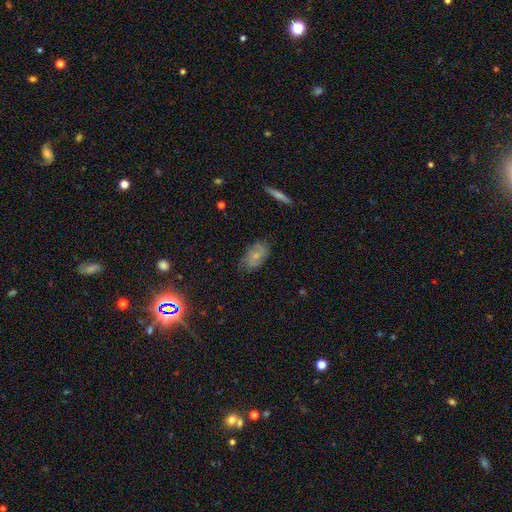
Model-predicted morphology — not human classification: type=smooth (62%); roundness=in between (91%); merging=none (73%).